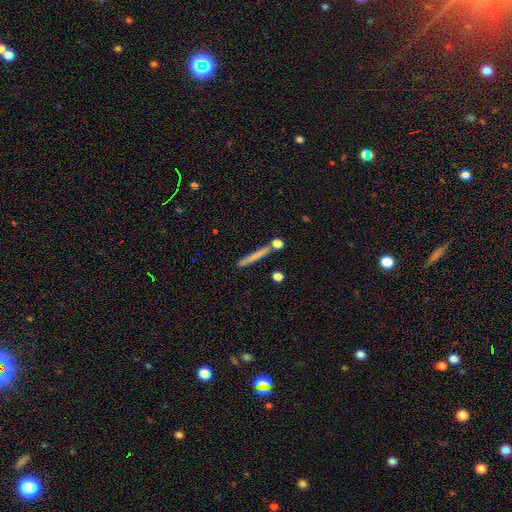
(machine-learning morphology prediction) smooth 65%, featured or disk 27%, star or artifact 8%. Down the decision tree: how rounded — cigar-shaped (93%); merging — none (77%).